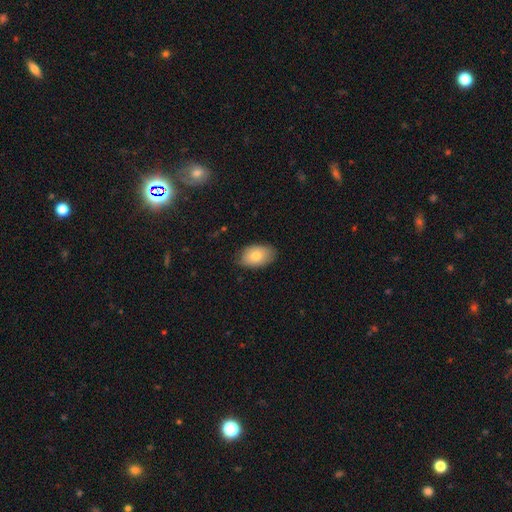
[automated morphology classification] smooth_or_featured: smooth (p=0.78) [alt: featured or disk p=0.15]
how_rounded: in between (p=0.89) [alt: round p=0.10]
merging: none (p=0.80) [alt: minor disturbance p=0.16]